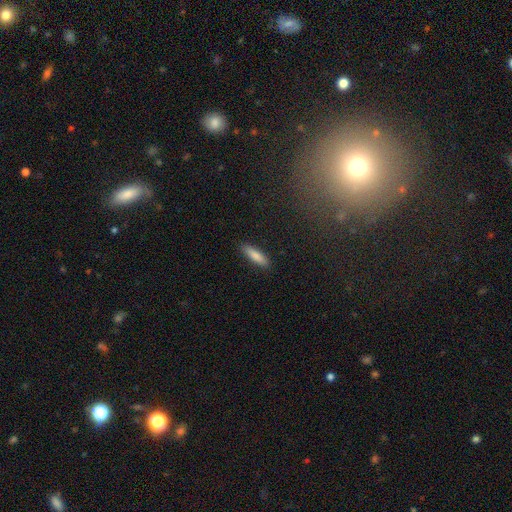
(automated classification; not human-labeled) Smooth or featured? smooth (83%)
How rounded? cigar-shaped (73%)
Merging? none (89%)